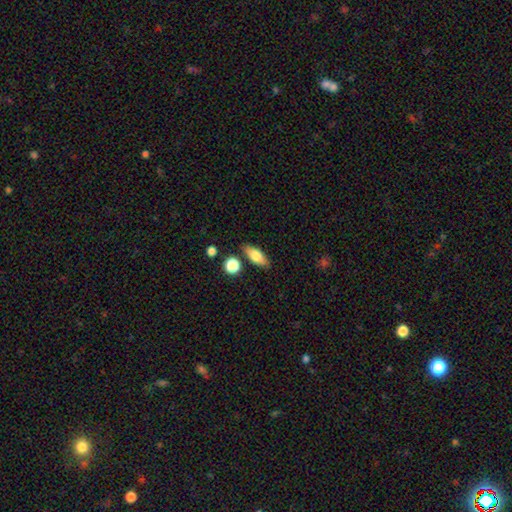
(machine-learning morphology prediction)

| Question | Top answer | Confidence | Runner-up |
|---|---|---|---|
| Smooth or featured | smooth | 77% | featured or disk (16%) |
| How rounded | in between | 77% | cigar-shaped (18%) |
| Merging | none | 81% | minor disturbance (11%) |